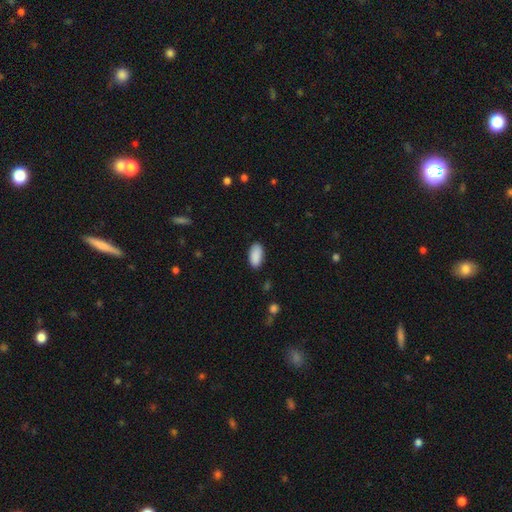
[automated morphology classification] smooth 91%, star or artifact 6%, featured or disk 3%. Down the decision tree: how rounded — in between (94%); merging — none (87%).